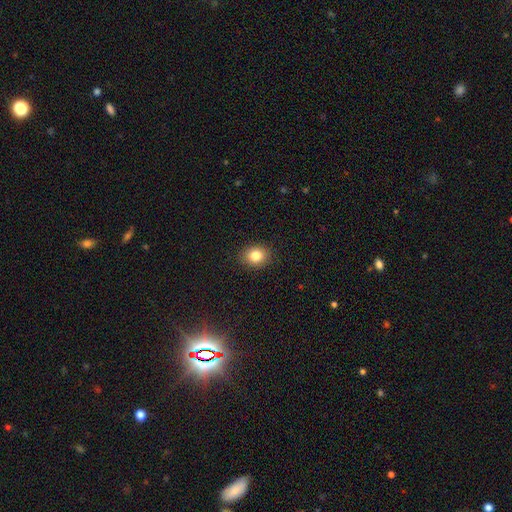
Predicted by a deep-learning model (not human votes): Smooth or featured?
  - smooth: 83% *
  - star or artifact: 10%
  - featured or disk: 7%
How rounded?
  - round: 63% *
  - in between: 36%
  - cigar-shaped: 1%
Merging?
  - none: 89% *
  - minor disturbance: 8%
  - major disturbance: 2%
  - merger: 1%